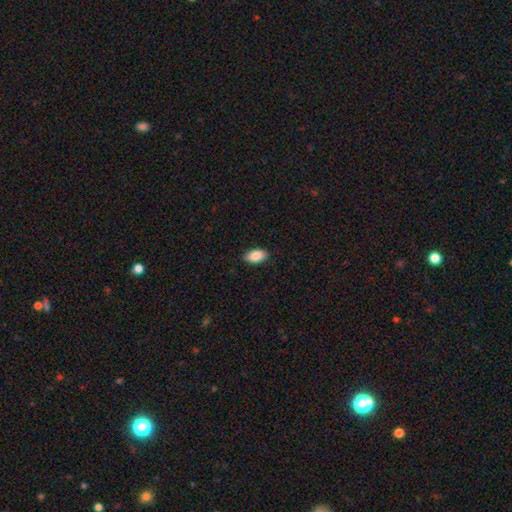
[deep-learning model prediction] Smooth or featured: smooth — 87% (star or artifact — 7%)
How rounded: in between — 94% (round — 4%)
Merging: none — 89% (minor disturbance — 9%)